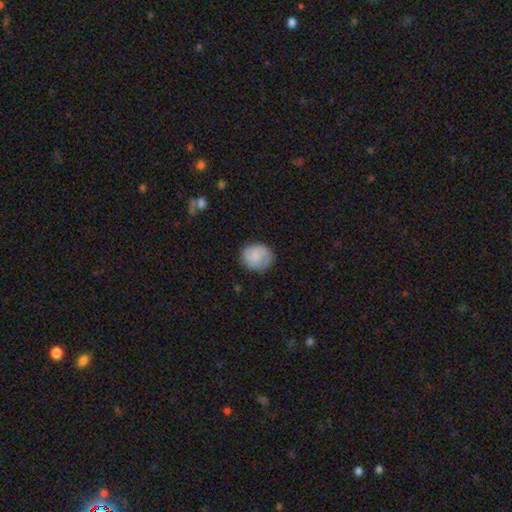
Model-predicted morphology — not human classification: Smooth or featured? Predicted: smooth (p=0.74). How rounded? Predicted: round (p=0.81). Merging? Predicted: none (p=0.80).